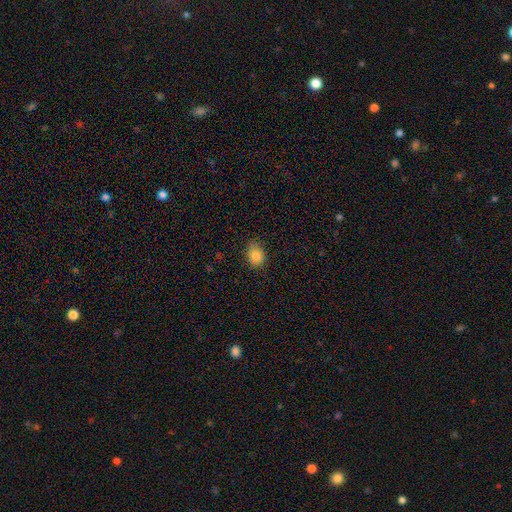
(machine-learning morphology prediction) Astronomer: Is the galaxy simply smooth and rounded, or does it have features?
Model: smooth — 85%.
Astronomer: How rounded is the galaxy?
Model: in between — 60% (runner-up: round, 39%).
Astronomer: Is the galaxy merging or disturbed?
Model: none — 74%.